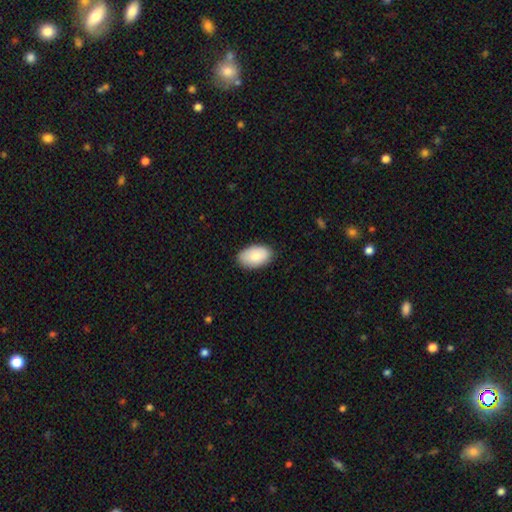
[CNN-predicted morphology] Q: Smooth or featured?
A: smooth (84%); runner-up: featured or disk (10%)
Q: How rounded?
A: in between (93%); runner-up: round (6%)
Q: Merging?
A: none (86%); runner-up: minor disturbance (12%)